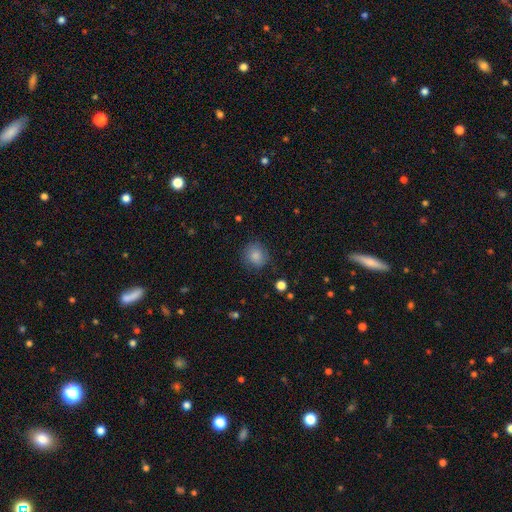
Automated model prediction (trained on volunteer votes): The model was most divided on "merging": none: 79%, minor disturbance: 15%, major disturbance: 4%, merger: 1%. More confident: how rounded — round (85%); smooth or featured — smooth (84%).